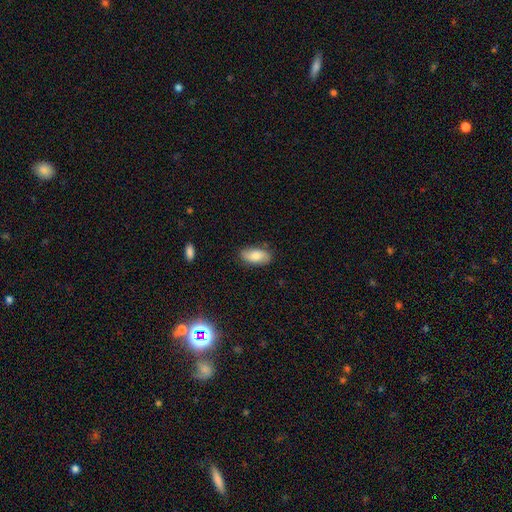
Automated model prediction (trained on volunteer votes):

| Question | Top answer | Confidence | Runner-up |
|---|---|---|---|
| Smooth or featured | smooth | 78% | featured or disk (16%) |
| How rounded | in between | 92% | cigar-shaped (5%) |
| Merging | none | 81% | minor disturbance (15%) |